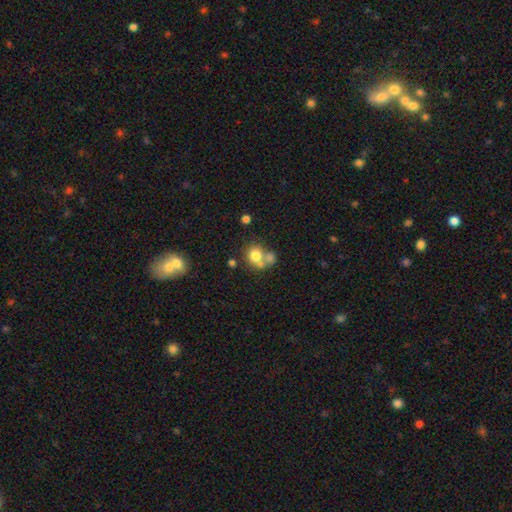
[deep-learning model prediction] Q: Smooth or featured?
A: smooth (72%); runner-up: featured or disk (16%)
Q: How rounded?
A: round (77%); runner-up: in between (23%)
Q: Merging?
A: merger (46%); runner-up: none (39%)